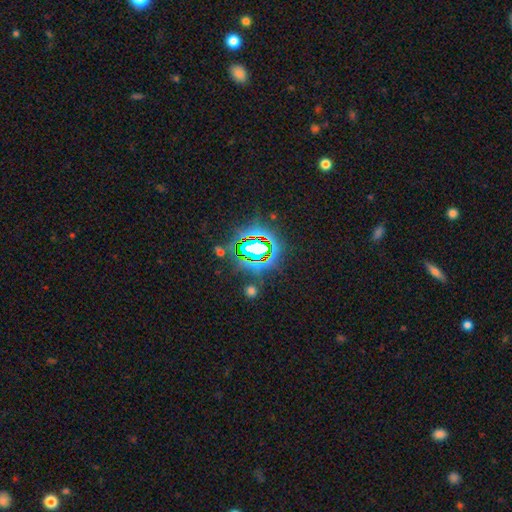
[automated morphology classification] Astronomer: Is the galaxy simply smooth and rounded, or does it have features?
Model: star or artifact — 77%.